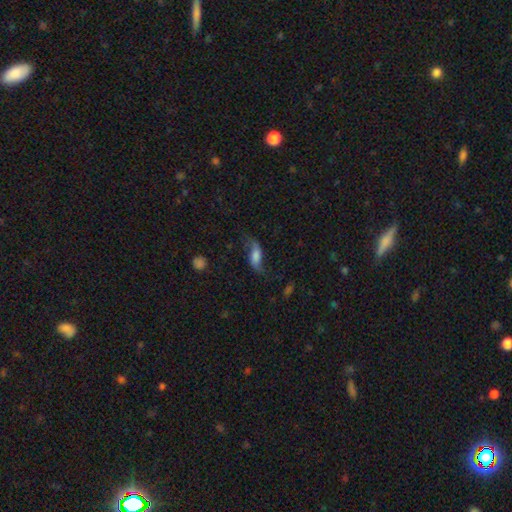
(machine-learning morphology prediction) Q: Smooth or featured?
A: featured or disk (59%); runner-up: smooth (32%)
Q: Edge-on disk?
A: no (87%); runner-up: yes (13%)
Q: Bar?
A: no (48%); runner-up: weak (35%)
Q: Spiral arms?
A: yes (89%); runner-up: no (11%)
Q: Bulge size?
A: moderate (28%); runner-up: large (27%)
Q: Merging?
A: none (62%); runner-up: minor disturbance (21%)